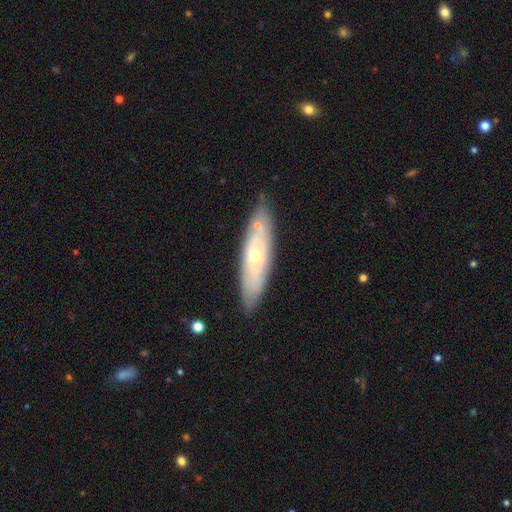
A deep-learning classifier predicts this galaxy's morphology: Smooth or featured? featured or disk (60%)
Edge-on disk? no (65%)
Merging? none (80%)